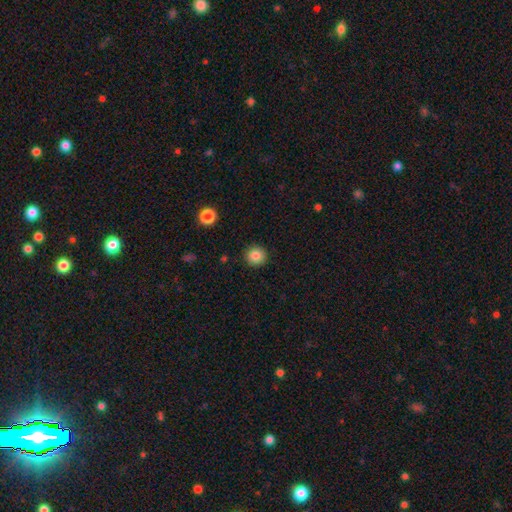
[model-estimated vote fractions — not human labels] smooth-or-featured: smooth: 84% | star or artifact: 10% | featured or disk: 6%
  how-rounded: round: 94% | in between: 5% | cigar-shaped: 1%
  merging: none: 92% | minor disturbance: 5% | major disturbance: 2% | merger: 1%